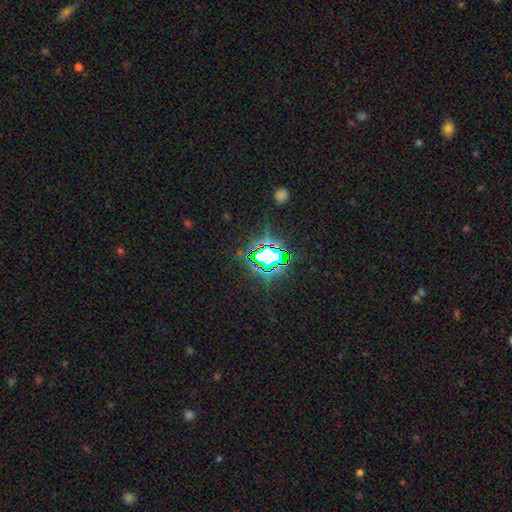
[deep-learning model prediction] A star or artifact, not a galaxy (82%).

Vote fractions:
- Smooth or featured? star or artifact: 82% / smooth: 11% / featured or disk: 7%